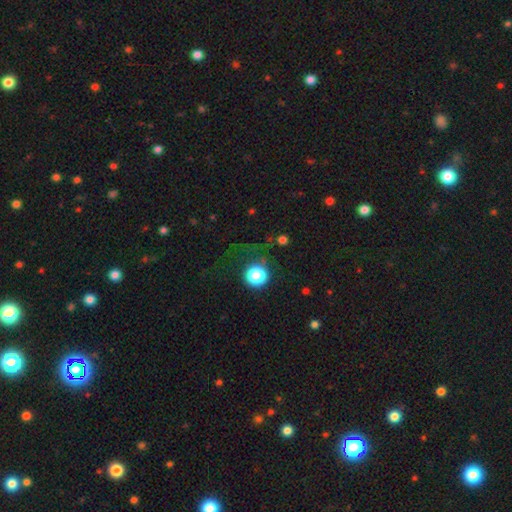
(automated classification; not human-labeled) Smooth or featured?
  - star or artifact: 50% *
  - smooth: 42%
  - featured or disk: 8%